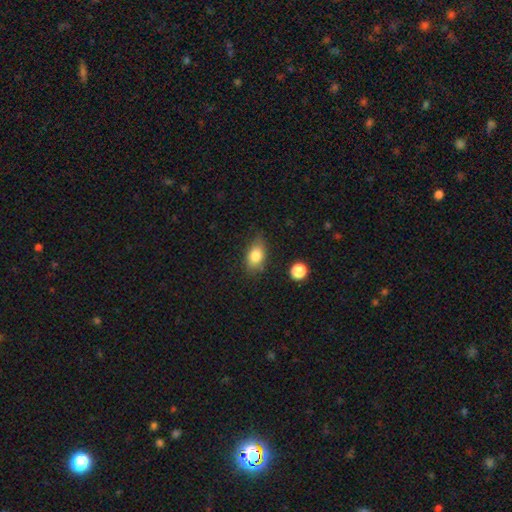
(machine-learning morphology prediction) This appears to be a smooth galaxy with no disk features (81%) that is in between round and cigar-shaped (83%). Merging: none (72%).